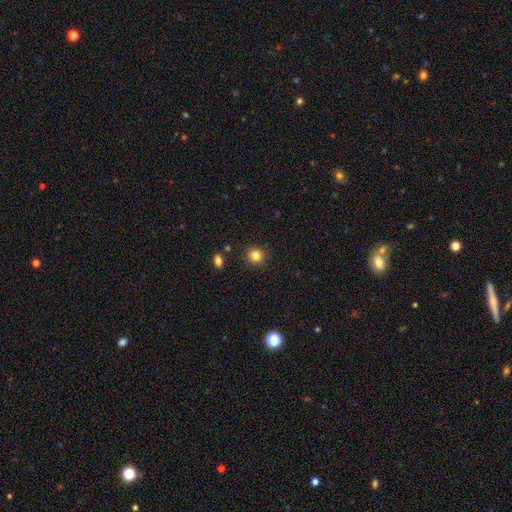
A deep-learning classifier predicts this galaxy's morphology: Smooth or featured?
  - smooth: 84% *
  - star or artifact: 11%
  - featured or disk: 5%
How rounded?
  - round: 90% *
  - in between: 9%
  - cigar-shaped: 1%
Merging?
  - none: 90% *
  - minor disturbance: 6%
  - major disturbance: 2%
  - merger: 2%